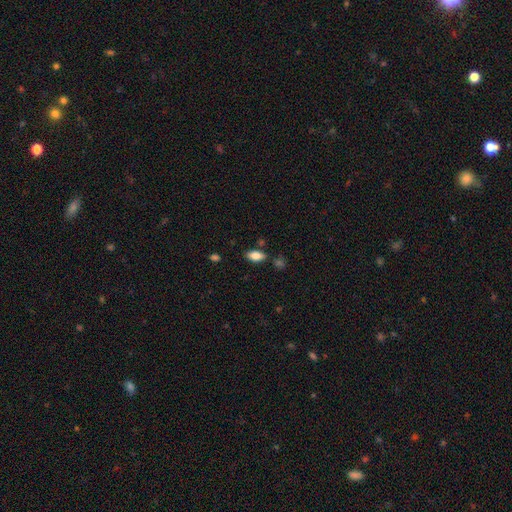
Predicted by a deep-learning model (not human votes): smooth-or-featured: smooth: 83% | featured or disk: 9% | star or artifact: 8%
  how-rounded: in between: 90% | cigar-shaped: 6% | round: 4%
  merging: none: 80% | minor disturbance: 12% | merger: 4% | major disturbance: 3%